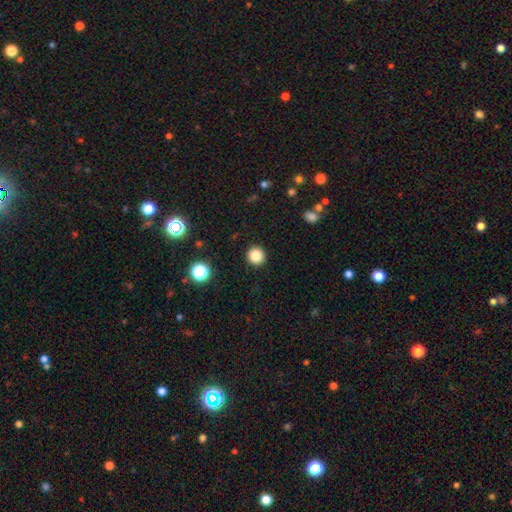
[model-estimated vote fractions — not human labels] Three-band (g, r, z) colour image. It shows a smooth galaxy with no disk features (84%) that is round (95%). Merging: none (93%).